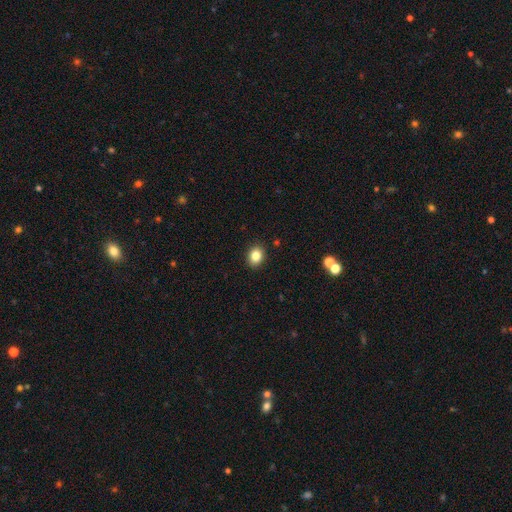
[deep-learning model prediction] smooth-or-featured: smooth: 84% | star or artifact: 10% | featured or disk: 6%
  how-rounded: round: 50% (tied) | in between: 50% (tied) | cigar-shaped: 1%
  merging: none: 90% | minor disturbance: 7% | major disturbance: 2% | merger: 1%